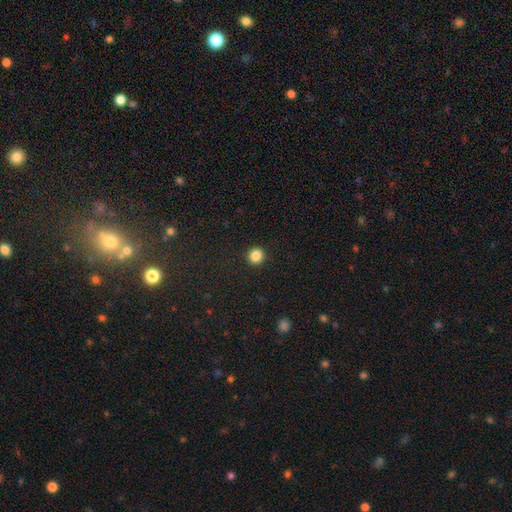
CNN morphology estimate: This appears to be a smooth galaxy with no disk features (85%) that is round (93%). Merging: none (93%).